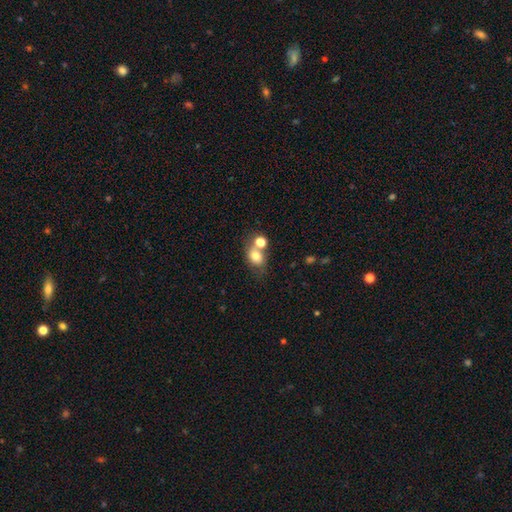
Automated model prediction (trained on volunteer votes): A smooth galaxy with no disk features (74%) that is round (50%). Merging: none (43%).